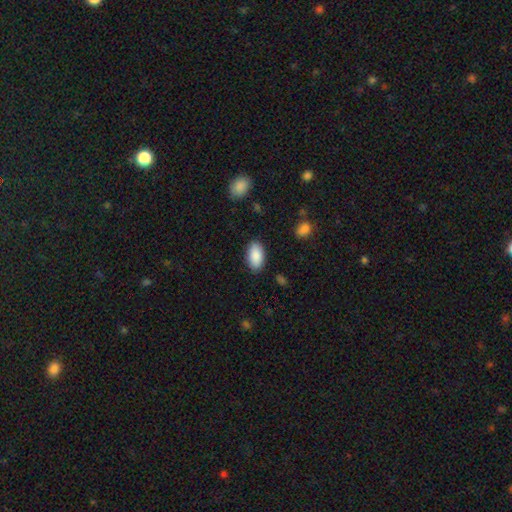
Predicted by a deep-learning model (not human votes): Q: Smooth or featured?
A: smooth (89%); runner-up: star or artifact (6%)
Q: How rounded?
A: in between (94%); runner-up: cigar-shaped (3%)
Q: Merging?
A: none (87%); runner-up: minor disturbance (10%)